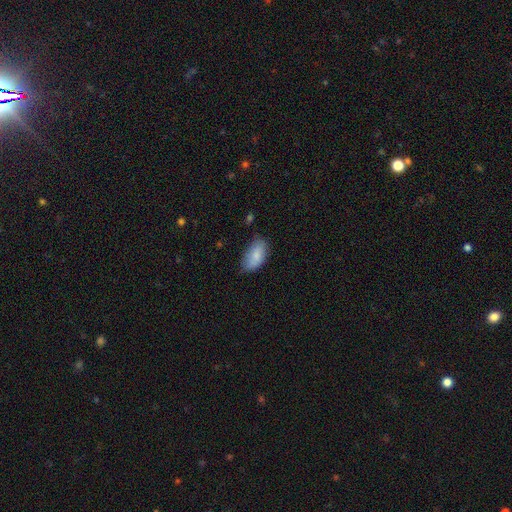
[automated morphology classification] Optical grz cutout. It shows a smooth galaxy with no disk features (82%) that is in between round and cigar-shaped (94%). Merging: none (68%).